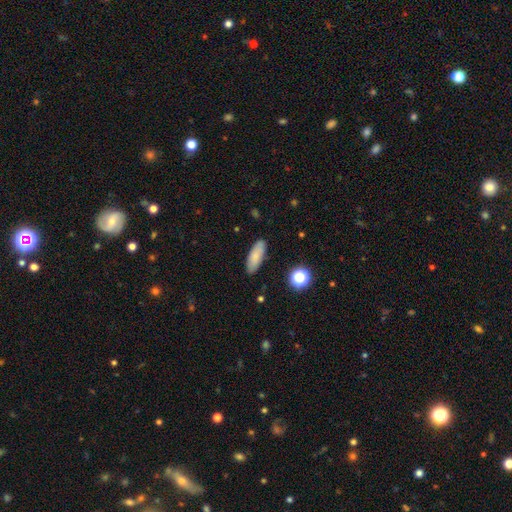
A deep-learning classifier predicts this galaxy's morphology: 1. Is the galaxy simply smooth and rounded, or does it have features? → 83% smooth, 9% featured or disk, 8% star or artifact.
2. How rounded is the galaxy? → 66% in between, 31% cigar-shaped, 3% round.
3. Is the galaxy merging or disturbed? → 86% none, 10% minor disturbance, 2% major disturbance, 1% merger.